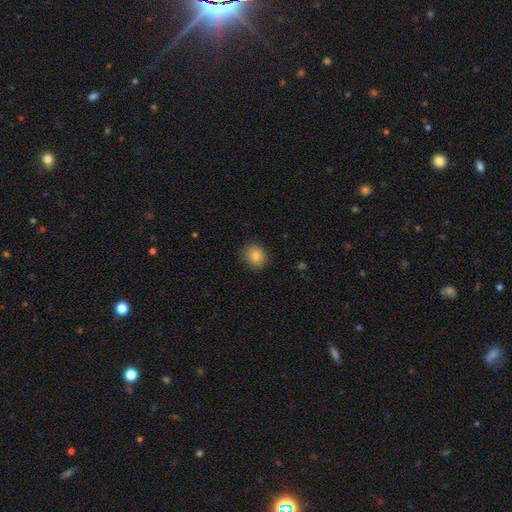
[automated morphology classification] A smooth galaxy with no disk features (83%) that is round (66%). Merging: none (85%).